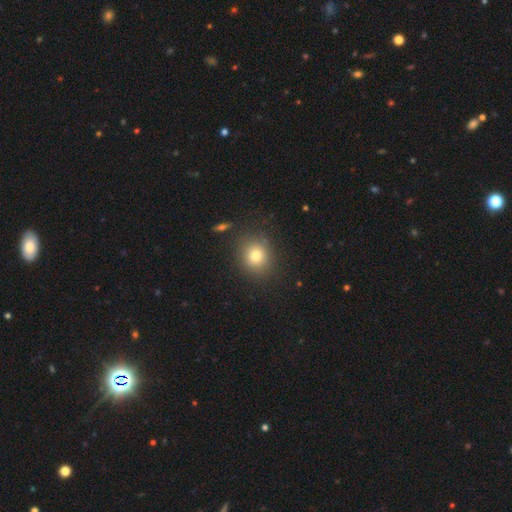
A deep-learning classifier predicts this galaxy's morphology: This appears to be a smooth galaxy with no disk features (77%) that is round (79%). Merging: none (85%).